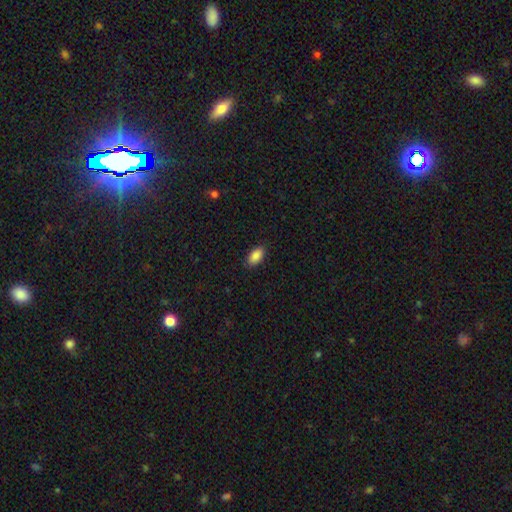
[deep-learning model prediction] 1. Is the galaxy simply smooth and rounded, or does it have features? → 88% smooth, 7% star or artifact, 4% featured or disk.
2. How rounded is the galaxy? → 93% in between, 4% cigar-shaped, 3% round.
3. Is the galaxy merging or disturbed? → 88% none, 9% minor disturbance, 2% major disturbance, 1% merger.